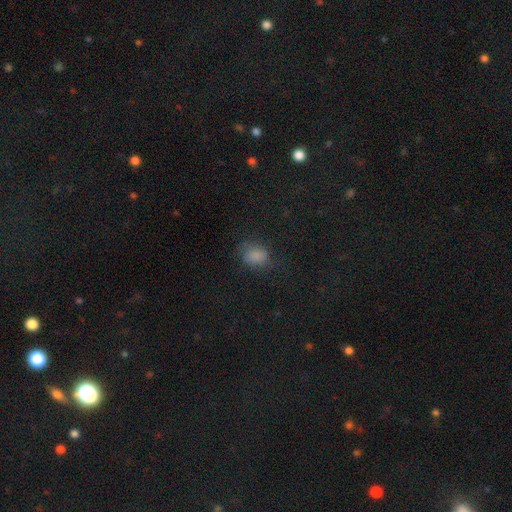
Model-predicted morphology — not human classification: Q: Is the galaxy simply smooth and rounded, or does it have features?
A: smooth — 77%.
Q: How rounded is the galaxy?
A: in between — 65%.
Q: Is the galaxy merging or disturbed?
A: none — 61%.